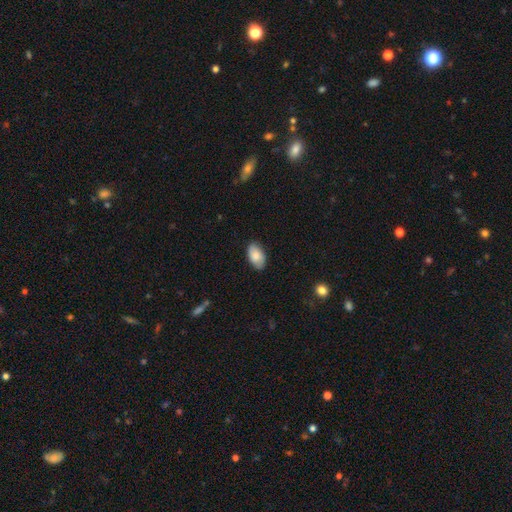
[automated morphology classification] A smooth galaxy with no disk features (84%) that is in between round and cigar-shaped (94%).

Vote fractions:
- Smooth or featured? smooth: 84% / featured or disk: 10% / star or artifact: 6%
- How rounded? in between: 94% / round: 4% / cigar-shaped: 2%
- Merging? none: 83% / minor disturbance: 14% / major disturbance: 2% / merger: 1%